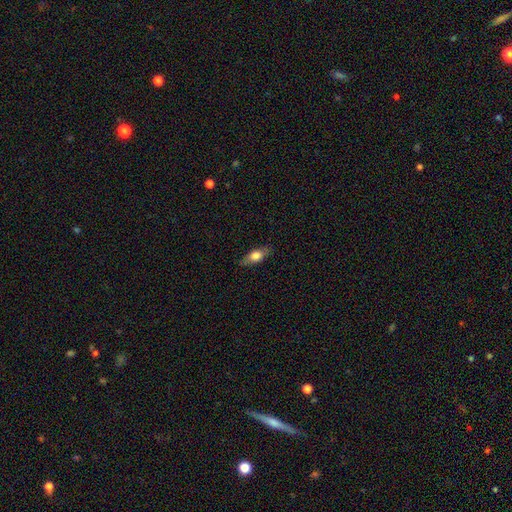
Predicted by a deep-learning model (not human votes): smooth-or-featured: smooth: 67% | featured or disk: 26% | star or artifact: 7%
  how-rounded: in between: 71% | cigar-shaped: 24% | round: 5%
  merging: none: 82% | minor disturbance: 14% | major disturbance: 3% | merger: 1%